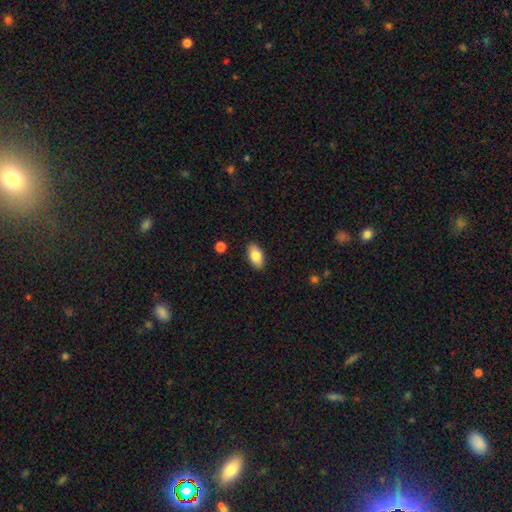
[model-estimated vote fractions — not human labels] The model was most divided on "smooth or featured": smooth: 82%, featured or disk: 11%, star or artifact: 7%. More confident: how rounded — in between (92%); merging — none (89%).